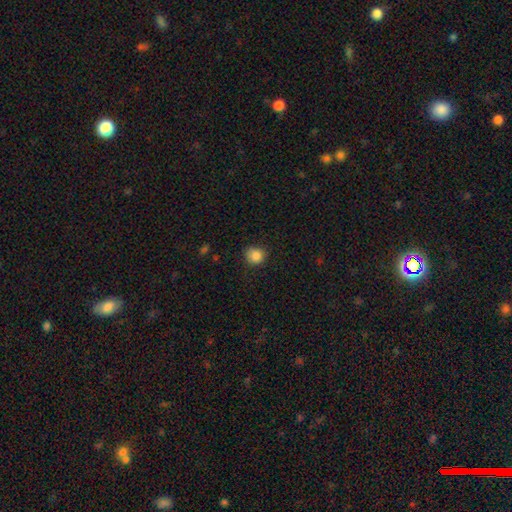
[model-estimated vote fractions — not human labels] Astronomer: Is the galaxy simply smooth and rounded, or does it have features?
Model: smooth — 85%.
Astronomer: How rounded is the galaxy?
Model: round — 87%.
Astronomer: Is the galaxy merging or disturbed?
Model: none — 84%.